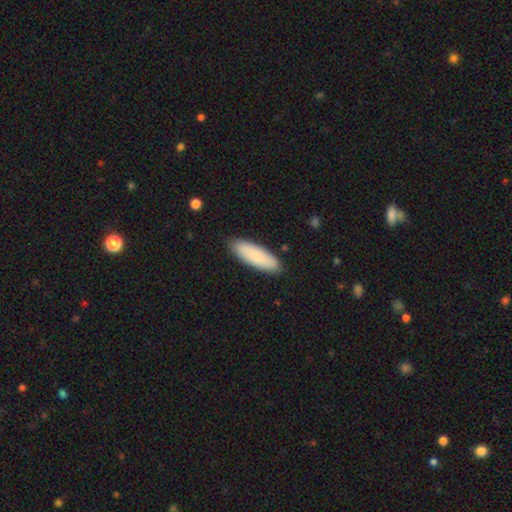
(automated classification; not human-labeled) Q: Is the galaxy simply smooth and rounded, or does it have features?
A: smooth — 86%.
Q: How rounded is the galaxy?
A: in between — 56%.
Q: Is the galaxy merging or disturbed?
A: none — 88%.